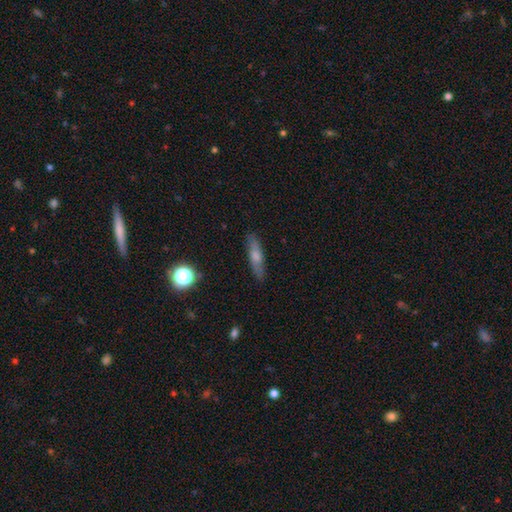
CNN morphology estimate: The model was most divided on "smooth or featured": smooth: 58%, featured or disk: 33%, star or artifact: 9%. More confident: merging — none (84%); how rounded — cigar-shaped (75%).